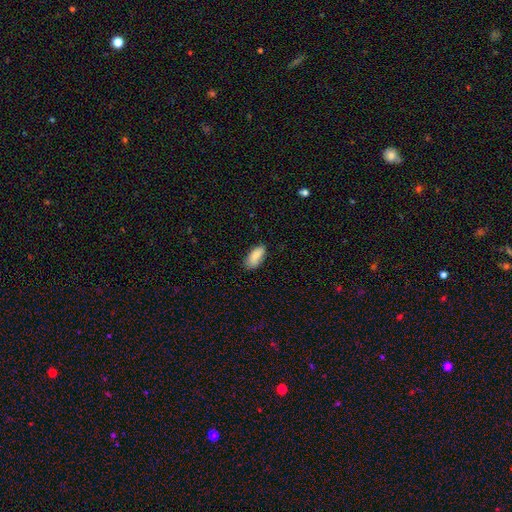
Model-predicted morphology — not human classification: Smooth or featured? Predicted: smooth (p=0.84). How rounded? Predicted: in between (p=0.90). Merging? Predicted: none (p=0.69).